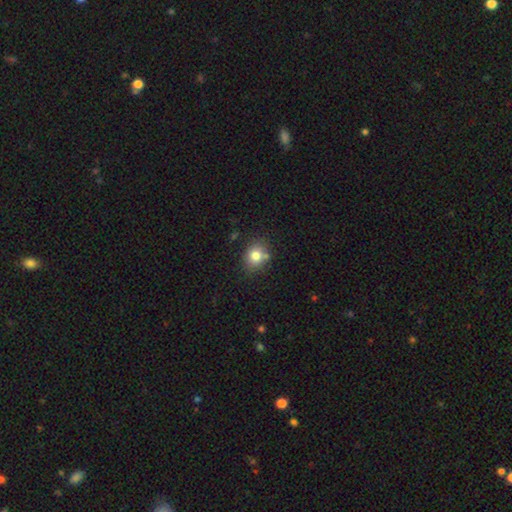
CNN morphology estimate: Smooth or featured: smooth — 79% (star or artifact — 11%)
How rounded: round — 62% (in between — 37%)
Merging: none — 74% (minor disturbance — 14%)